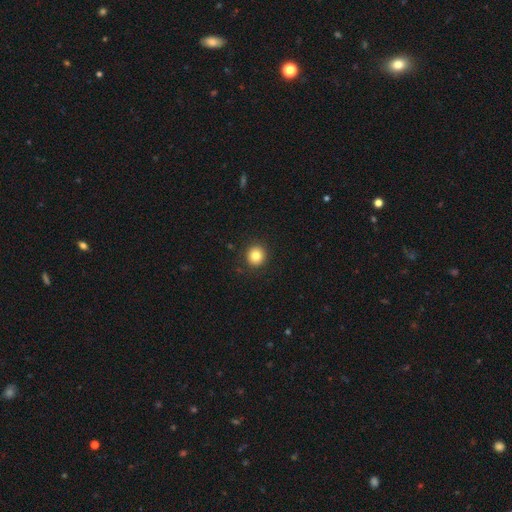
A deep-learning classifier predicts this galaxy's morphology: Q: Smooth or featured?
A: smooth (83%); runner-up: star or artifact (11%)
Q: How rounded?
A: round (91%); runner-up: in between (8%)
Q: Merging?
A: none (91%); runner-up: minor disturbance (6%)